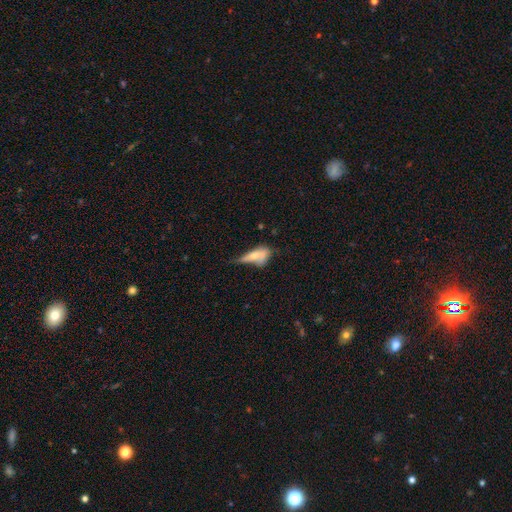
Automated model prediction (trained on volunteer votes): Q: Smooth or featured?
A: smooth (61%); runner-up: featured or disk (30%)
Q: How rounded?
A: in between (69%); runner-up: cigar-shaped (26%)
Q: Merging?
A: major disturbance (33%); runner-up: minor disturbance (32%)